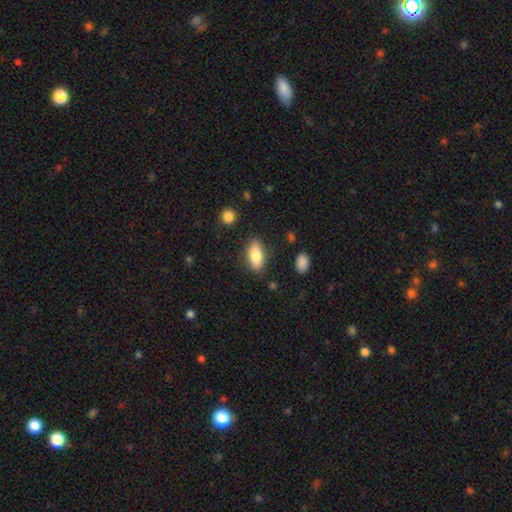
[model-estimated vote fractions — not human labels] smooth_or_featured: smooth (p=0.78) [alt: featured or disk p=0.15]
how_rounded: in between (p=0.81) [alt: cigar-shaped p=0.16]
merging: none (p=0.82) [alt: minor disturbance p=0.13]